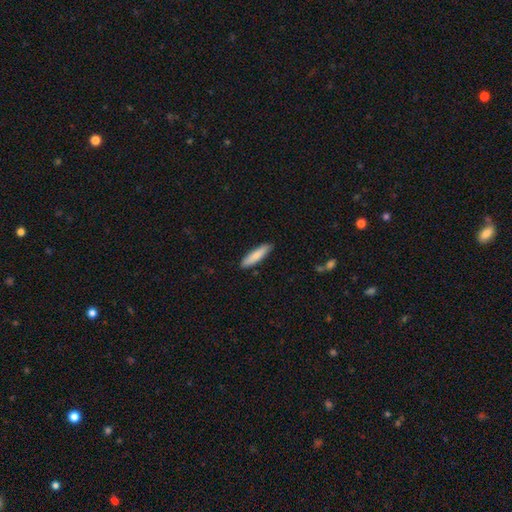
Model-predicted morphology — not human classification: A smooth galaxy with no disk features (81%) that is cigar-shaped (75%). Merging: none (88%).